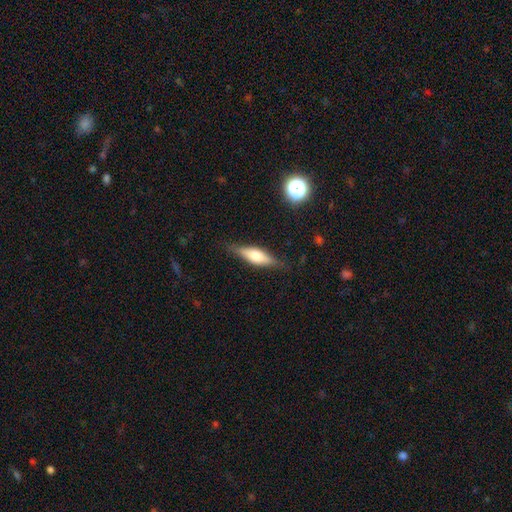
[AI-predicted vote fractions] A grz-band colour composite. It shows a smooth galaxy with no disk features (49%). Merging: none (81%).